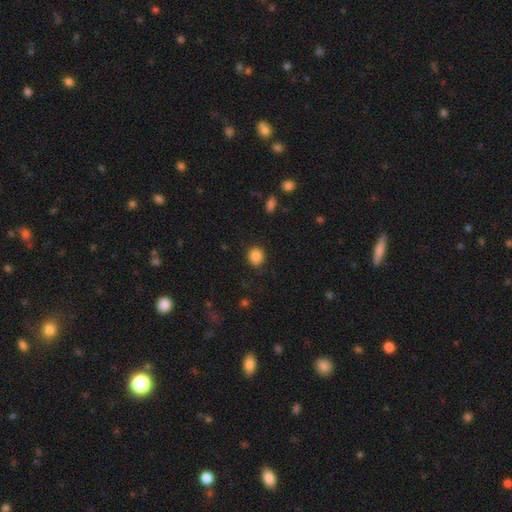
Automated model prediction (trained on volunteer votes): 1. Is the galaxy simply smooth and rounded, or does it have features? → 86% smooth, 10% star or artifact, 4% featured or disk.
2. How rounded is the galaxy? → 80% round, 19% in between, 1% cigar-shaped.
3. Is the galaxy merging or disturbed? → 88% none, 8% minor disturbance, 3% major disturbance, 1% merger.